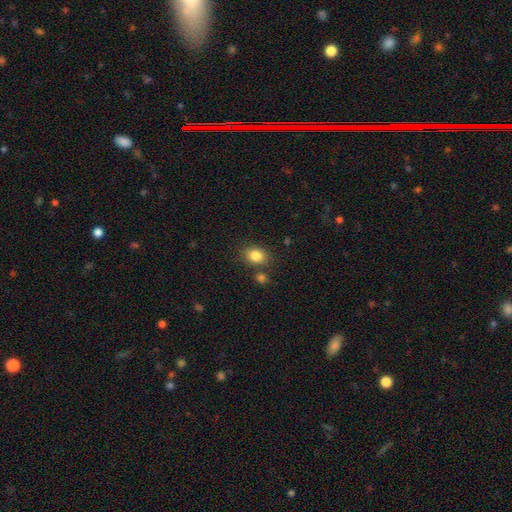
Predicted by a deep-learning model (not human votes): A smooth galaxy with no disk features (84%) that is in between round and cigar-shaped (52%). Merging: none (78%).